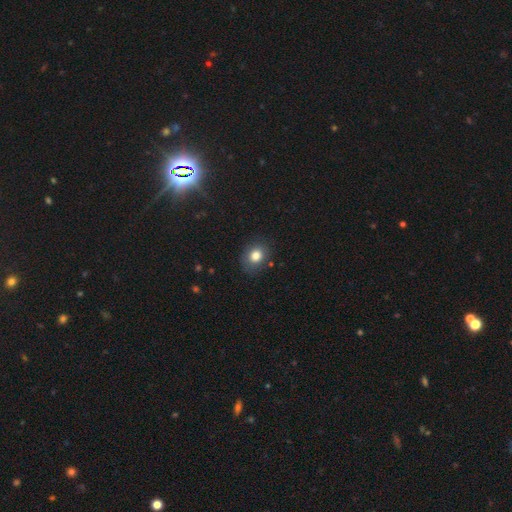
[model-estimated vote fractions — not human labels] Smooth or featured? smooth (81%)
How rounded? round (55%)
Merging? none (81%)